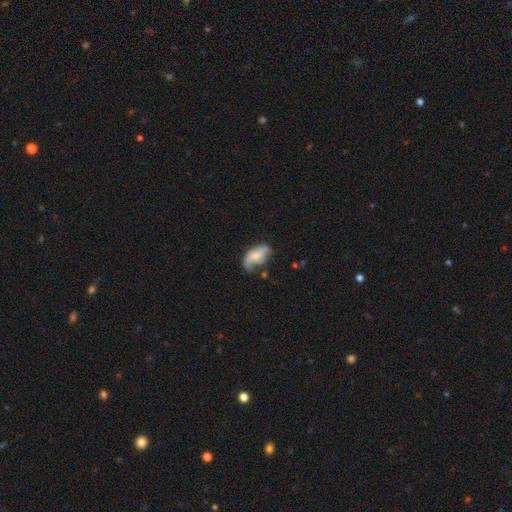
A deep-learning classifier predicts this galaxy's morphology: smooth-or-featured: smooth: 57% | featured or disk: 35% | star or artifact: 8%
  how-rounded: in between: 91% | round: 5% | cigar-shaped: 5%
  merging: none: 40% | minor disturbance: 33% | major disturbance: 20% | merger: 7%